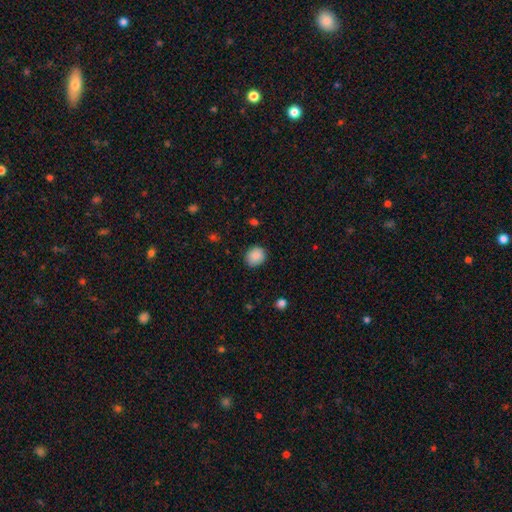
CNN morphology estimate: Overall: smooth (88%). How rounded: round (74%). Merging: none (86%).